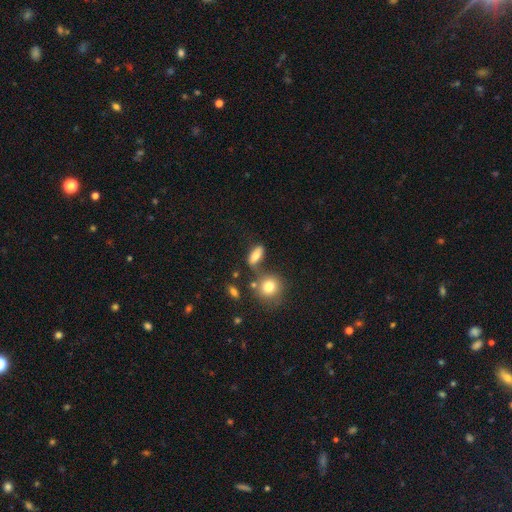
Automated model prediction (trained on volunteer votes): Smooth or featured?
  - smooth: 76% *
  - featured or disk: 13%
  - star or artifact: 11%
How rounded?
  - in between: 70% *
  - cigar-shaped: 19%
  - round: 11%
Merging?
  - none: 63% *
  - minor disturbance: 17%
  - merger: 13%
  - major disturbance: 7%